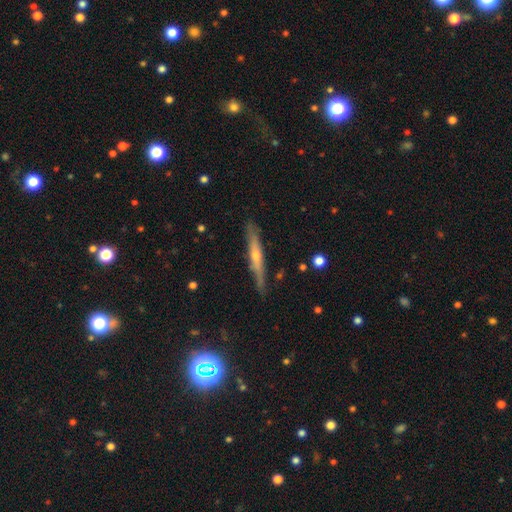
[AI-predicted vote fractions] Overall: featured or disk (63%; smooth 31%). Edge-on disk: yes (93%). Edge-on bulge: rounded (74%). Merging: none (83%).